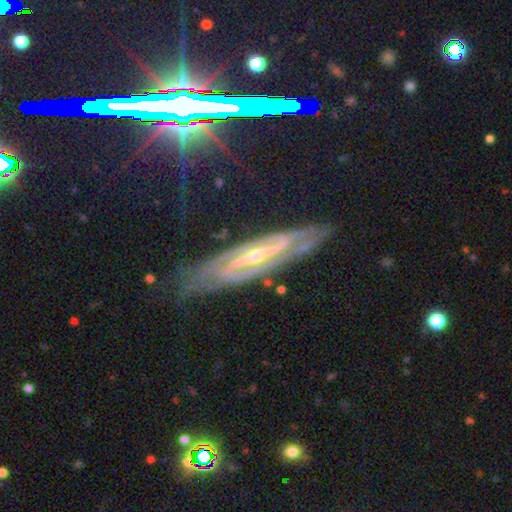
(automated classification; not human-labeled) Smooth or featured: featured or disk — 83% (star or artifact — 10%)
Edge-on disk: no — 72% (yes — 28%)
Bar: strong — 46% (weak — 35%)
Spiral arms: yes — 93% (no — 7%)
Spiral winding: tight — 52% (medium — 36%)
Spiral arm count: 2 — 58% (can't tell — 26%)
Bulge size: small — 59% (moderate — 37%)
Merging: none — 76% (minor disturbance — 17%)